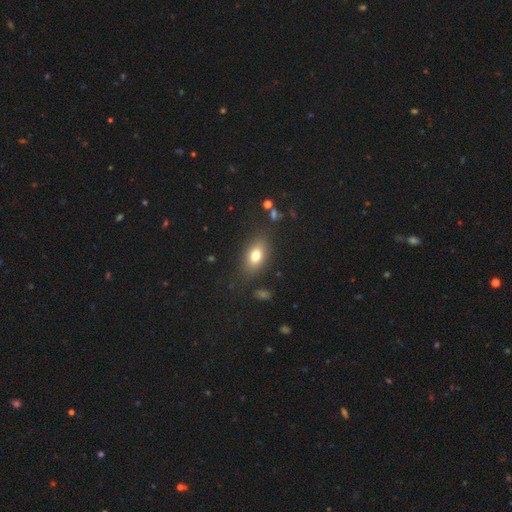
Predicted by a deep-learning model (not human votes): Smooth or featured? Predicted: smooth (p=0.76). How rounded? Predicted: in between (p=0.83). Merging? Predicted: none (p=0.82).